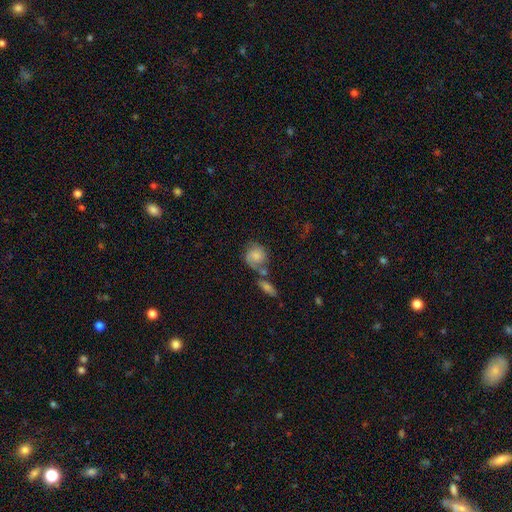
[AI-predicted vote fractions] This appears to be a smooth galaxy with no disk features (58%) that is round (66%). Merging: none (39%).